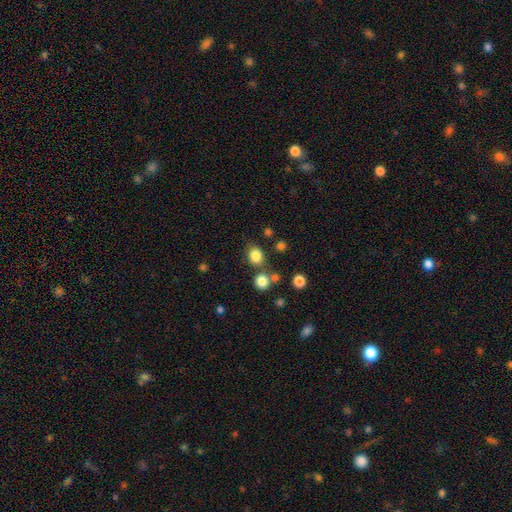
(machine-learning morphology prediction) This appears to be a smooth galaxy with no disk features (83%) that is round (65%). Merging: none (73%).